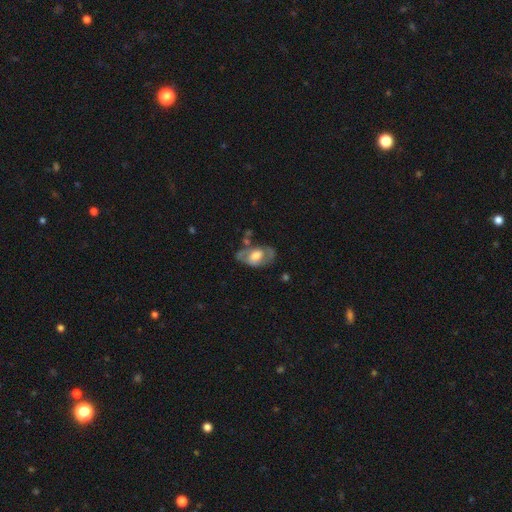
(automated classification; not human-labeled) smooth_or_featured: featured or disk (p=0.59) [alt: smooth p=0.35]
disk_edge_on: no (p=0.91) [alt: yes p=0.09]
bar: no (p=0.59) [alt: weak p=0.30]
has_spiral_arms: no (p=0.54) [alt: yes p=0.46]
bulge_size: moderate (p=0.50) [alt: large p=0.36]
merging: none (p=0.54) [alt: minor disturbance p=0.25]